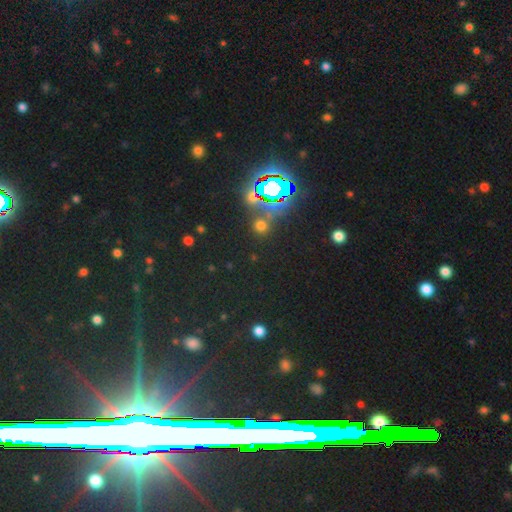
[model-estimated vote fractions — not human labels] A star or artifact, not a galaxy (80%).